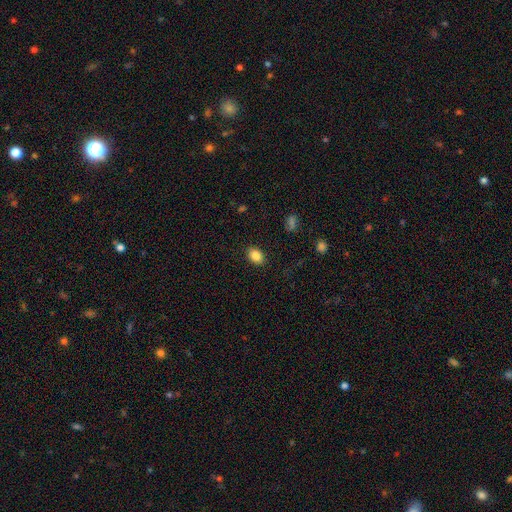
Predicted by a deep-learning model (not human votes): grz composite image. It shows a smooth galaxy with no disk features (85%) that is in between round and cigar-shaped (79%). Merging: none (88%).